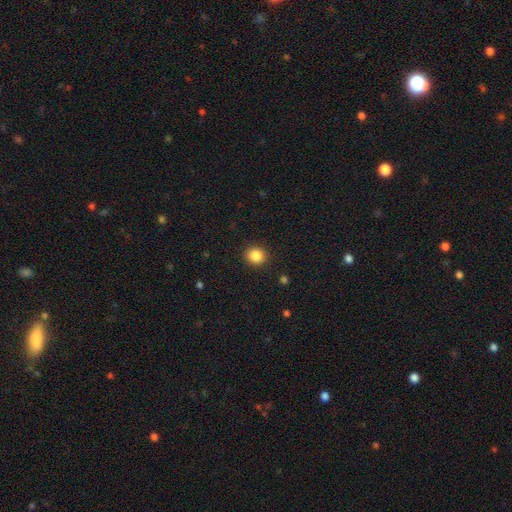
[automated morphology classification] The model was most divided on "smooth or featured": smooth: 85%, star or artifact: 10%, featured or disk: 5%. More confident: merging — none (91%); how rounded — round (87%).